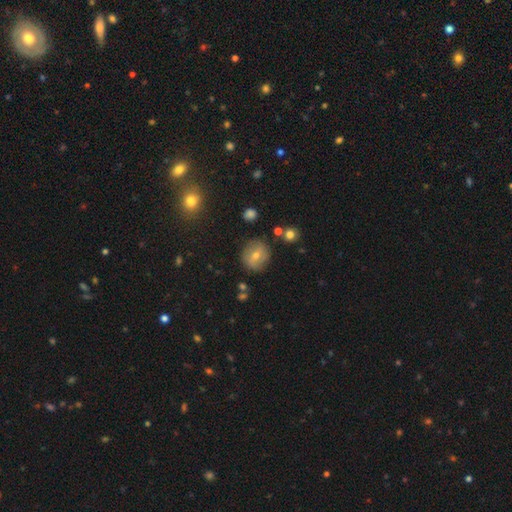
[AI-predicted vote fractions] Smooth or featured? Predicted: smooth (p=0.57). How rounded? Predicted: round (p=0.80). Merging? Predicted: none (p=0.80).